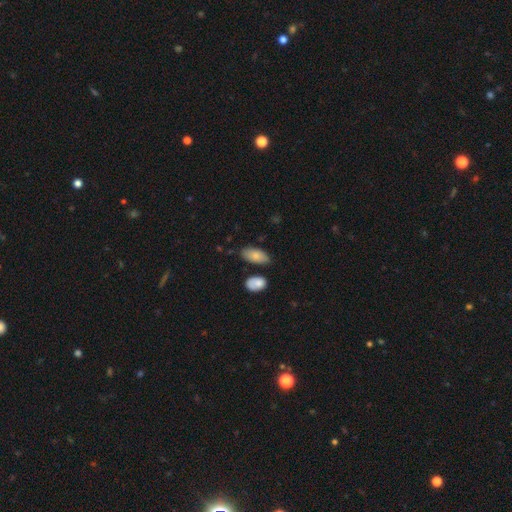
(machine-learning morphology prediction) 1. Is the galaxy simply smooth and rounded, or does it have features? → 81% smooth, 13% featured or disk, 7% star or artifact.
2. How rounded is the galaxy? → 91% in between, 6% cigar-shaped, 3% round.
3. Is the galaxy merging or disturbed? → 70% none, 19% minor disturbance, 8% merger, 4% major disturbance.